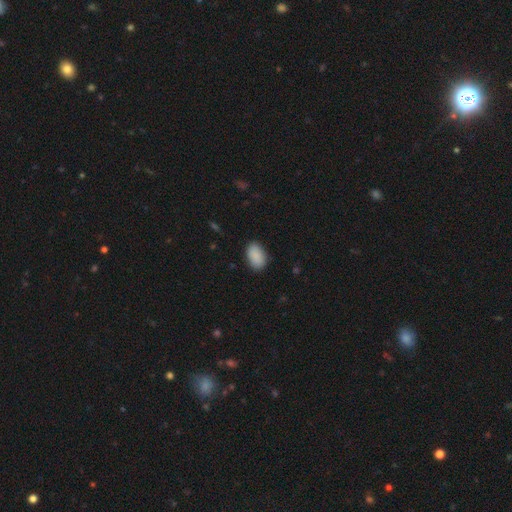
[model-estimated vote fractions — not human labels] Overall: smooth (90%). How rounded: in between (92%). Merging: none (85%).